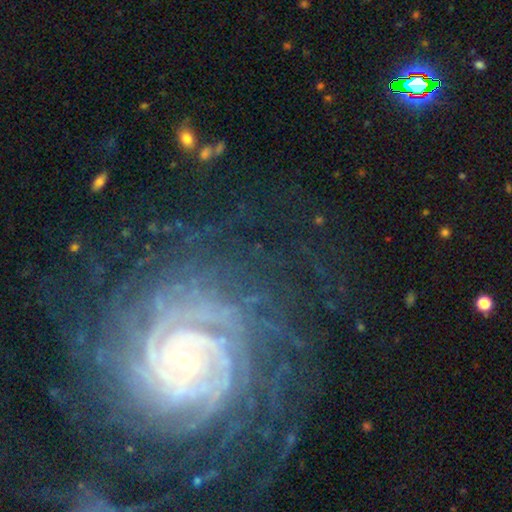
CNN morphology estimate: Smooth or featured?
  - featured or disk: 86% *
  - star or artifact: 9%
  - smooth: 5%
Edge-on disk?
  - no: 97% *
  - yes: 3%
Bar?
  - no: 47% *
  - weak: 31%
  - strong: 22%
Spiral arms?
  - yes: 98% *
  - no: 2%
Spiral winding?
  - tight: 83% *
  - medium: 13%
  - loose: 3%
Spiral arm count?
  - more than 4: 23% *
  - can't tell: 22%
  - 4: 16%
  - 2: 15%
  - 3: 14%
  - 1: 10%
Bulge size?
  - small: 75% *
  - moderate: 21%
  - large: 2%
  - none: 1%
  - dominant: 1%
Merging?
  - none: 74% *
  - minor disturbance: 13%
  - major disturbance: 10%
  - merger: 2%